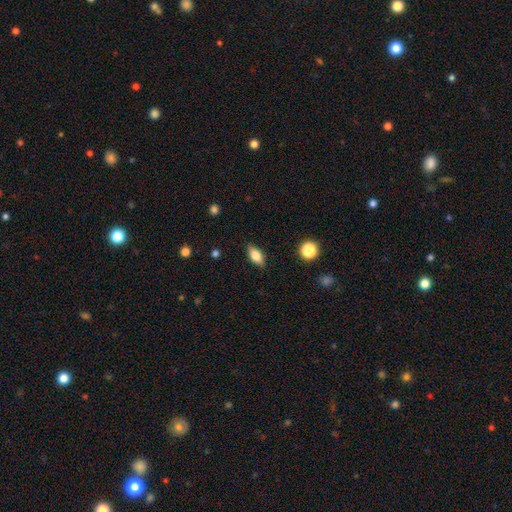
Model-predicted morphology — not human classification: The model was most divided on "smooth or featured": smooth: 78%, featured or disk: 14%, star or artifact: 8%. More confident: merging — none (86%); how rounded — in between (85%).